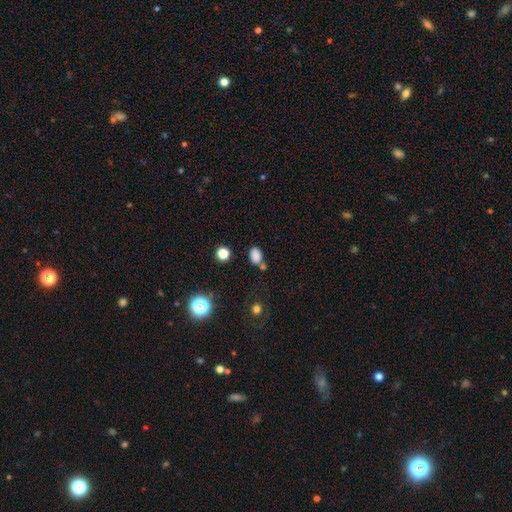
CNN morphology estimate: A smooth galaxy with no disk features (81%) that is in between round and cigar-shaped (79%). Merging: none (61%).